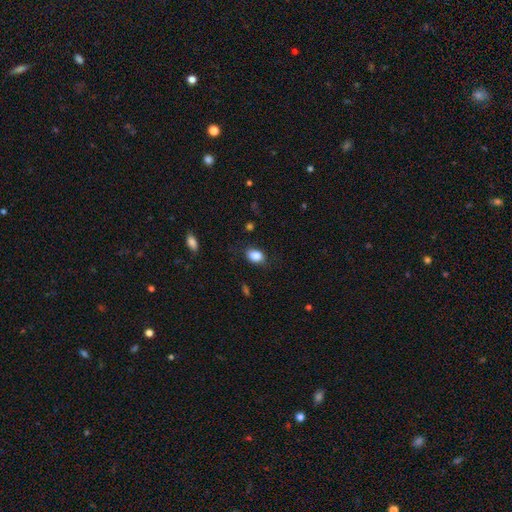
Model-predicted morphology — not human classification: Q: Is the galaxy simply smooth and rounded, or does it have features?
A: smooth — 86%.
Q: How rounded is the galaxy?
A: in between — 76%.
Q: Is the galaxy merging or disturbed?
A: none — 80%.